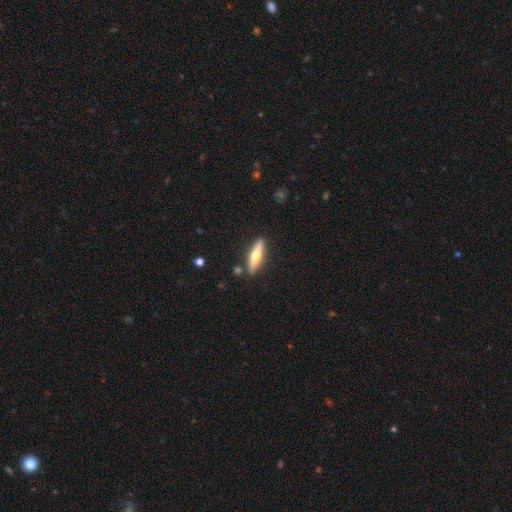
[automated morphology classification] This is possibly a smooth galaxy (48%). Merging: clearly none (86%).